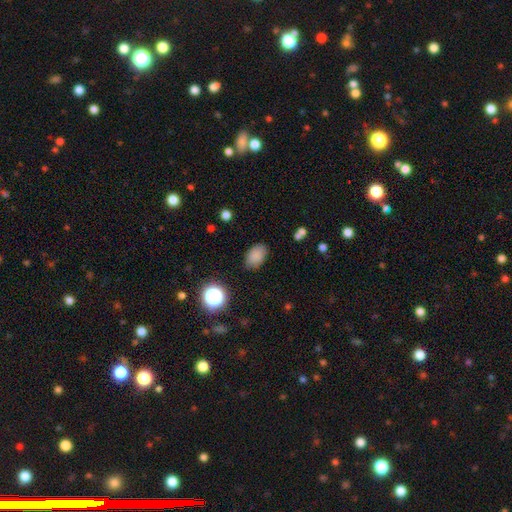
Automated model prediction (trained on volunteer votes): Smooth or featured? Predicted: smooth (p=0.84). How rounded? Predicted: in between (p=0.85). Merging? Predicted: none (p=0.83).